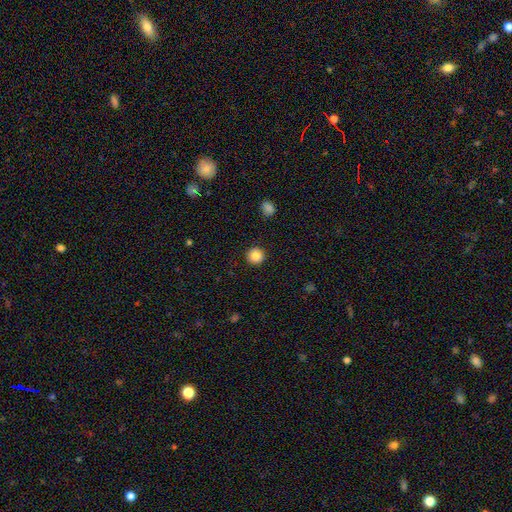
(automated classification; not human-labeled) A smooth galaxy with no disk features (85%) that is round (96%).

Vote fractions:
- Smooth or featured? smooth: 85% / star or artifact: 10% / featured or disk: 5%
- How rounded? round: 96% / in between: 4% / cigar-shaped: 1%
- Merging? none: 92% / minor disturbance: 5% / major disturbance: 2% / merger: 1%